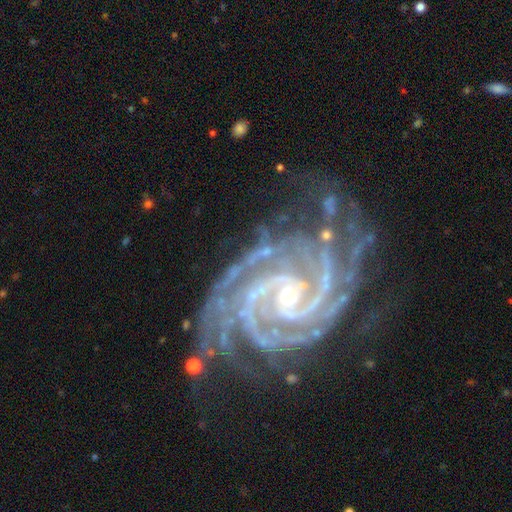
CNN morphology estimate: Smooth or featured?
  - featured or disk: 94% *
  - star or artifact: 4%
  - smooth: 2%
Edge-on disk?
  - no: 98% *
  - yes: 2%
Bar?
  - no: 42% *
  - weak: 37%
  - strong: 21%
Spiral arms?
  - yes: 99% *
  - no: 1%
Spiral winding?
  - tight: 77% *
  - medium: 21%
  - loose: 2%
Spiral arm count?
  - 2: 30% *
  - 3: 22%
  - 4: 18%
  - more than 4: 11%
  - can't tell: 11%
  - 1: 8%
Bulge size?
  - small: 70% *
  - moderate: 26%
  - none: 2%
  - large: 1%
  - dominant: 1%
Merging?
  - none: 66% *
  - minor disturbance: 22%
  - major disturbance: 10%
  - merger: 2%